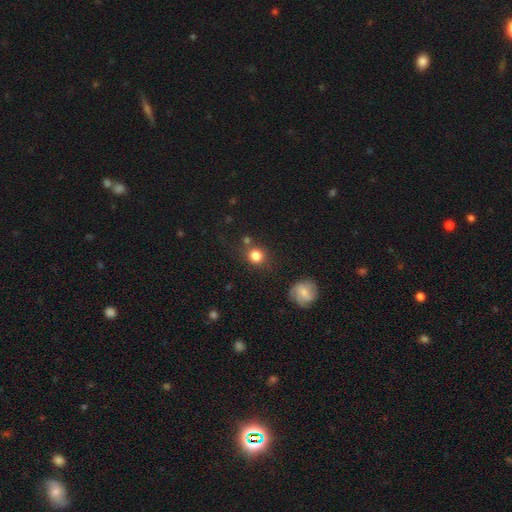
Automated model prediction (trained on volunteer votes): smooth-or-featured: smooth: 82% | star or artifact: 11% | featured or disk: 7%
  how-rounded: round: 86% | in between: 13% | cigar-shaped: 1%
  merging: none: 75% | minor disturbance: 11% | merger: 9% | major disturbance: 4%